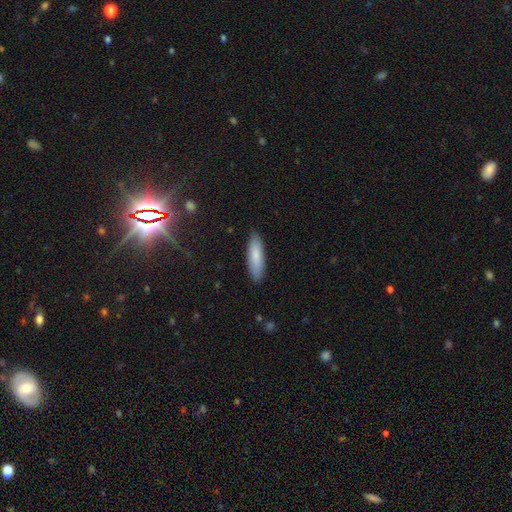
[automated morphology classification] Q: Smooth or featured?
A: smooth (82%); runner-up: featured or disk (12%)
Q: How rounded?
A: cigar-shaped (56%); runner-up: in between (42%)
Q: Merging?
A: none (88%); runner-up: minor disturbance (9%)